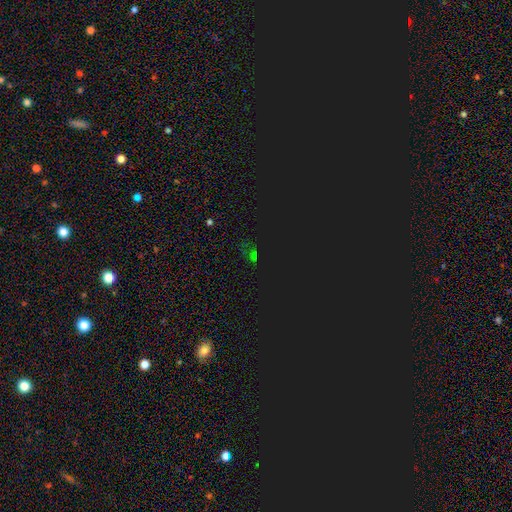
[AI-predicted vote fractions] A star or artifact, not a galaxy (74%).